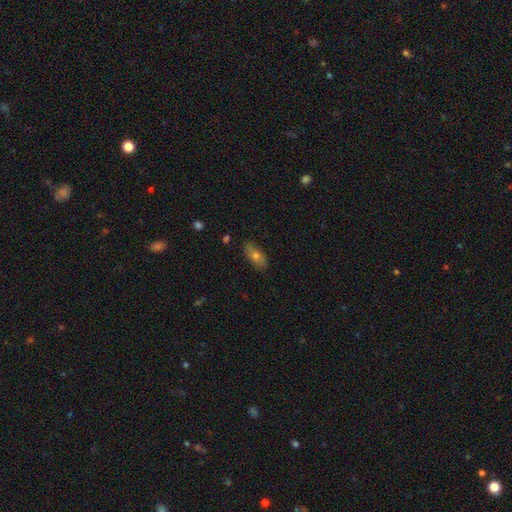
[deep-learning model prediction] Q: Smooth or featured?
A: smooth (65%); runner-up: featured or disk (25%)
Q: How rounded?
A: in between (84%); runner-up: cigar-shaped (11%)
Q: Merging?
A: none (83%); runner-up: minor disturbance (13%)